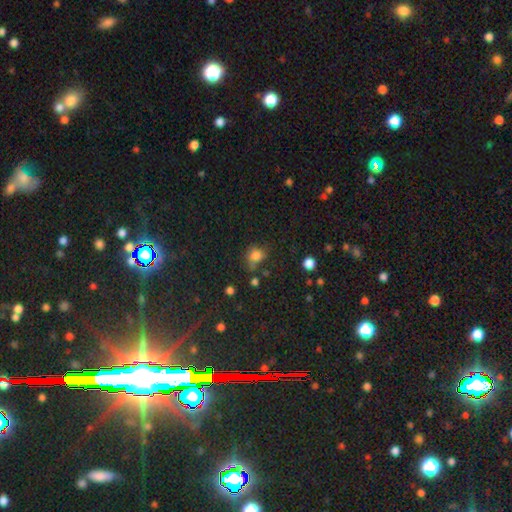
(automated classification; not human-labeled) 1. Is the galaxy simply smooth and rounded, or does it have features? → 76% smooth, 16% star or artifact, 8% featured or disk.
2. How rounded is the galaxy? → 66% round, 33% in between, 1% cigar-shaped.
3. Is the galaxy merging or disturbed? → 51% none, 25% minor disturbance, 13% major disturbance, 11% merger.